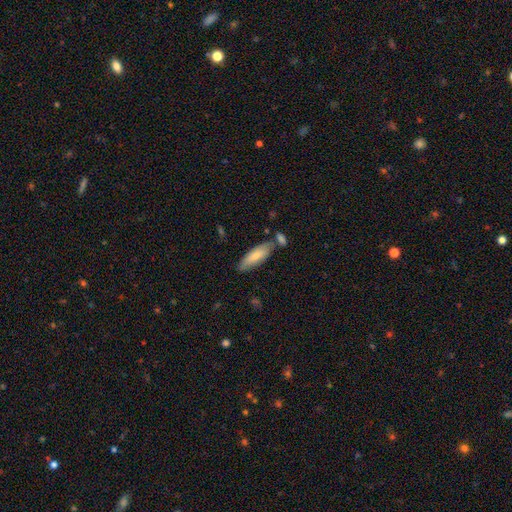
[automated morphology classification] Smooth or featured: smooth — 71% (featured or disk — 23%)
How rounded: in between — 52% (cigar-shaped — 46%)
Merging: none — 66% (minor disturbance — 18%)